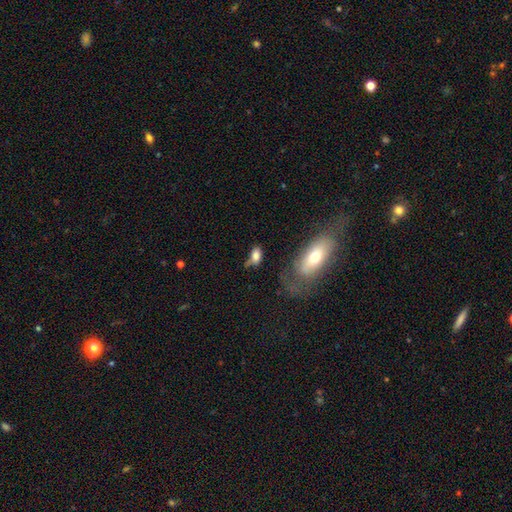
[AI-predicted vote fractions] Morphology: type=smooth (78%); roundness=in between (85%); merging=none (47%).